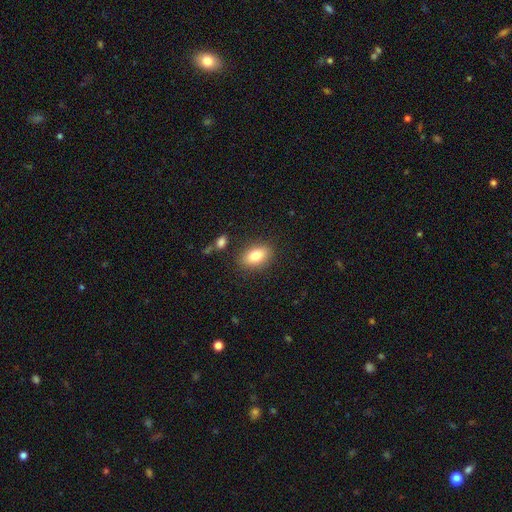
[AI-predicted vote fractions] A smooth galaxy with no disk features (81%) that is in between round and cigar-shaped (86%). Merging: none (84%).